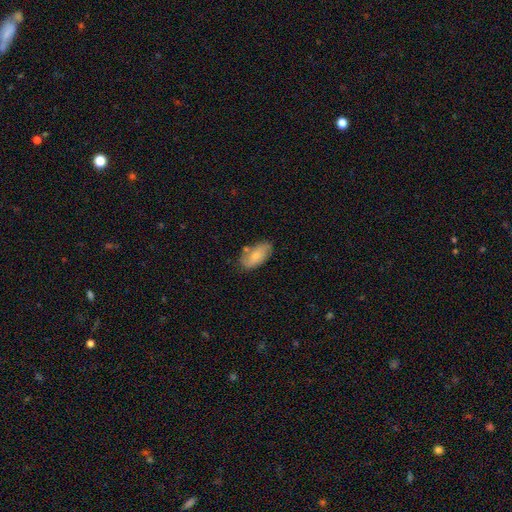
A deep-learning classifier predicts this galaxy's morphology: smooth_or_featured: smooth (p=0.66) [alt: featured or disk p=0.27]
how_rounded: in between (p=0.93) [alt: cigar-shaped p=0.04]
merging: none (p=0.66) [alt: minor disturbance p=0.22]